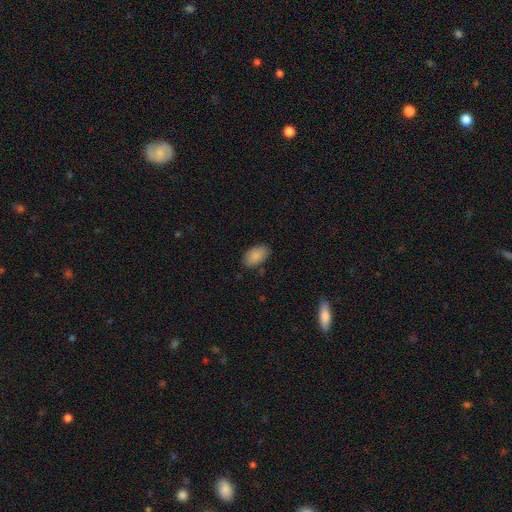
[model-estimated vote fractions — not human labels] The model was most divided on "merging": none: 83%, minor disturbance: 13%, major disturbance: 3%, merger: 1%. More confident: how rounded — in between (93%); smooth or featured — smooth (87%).